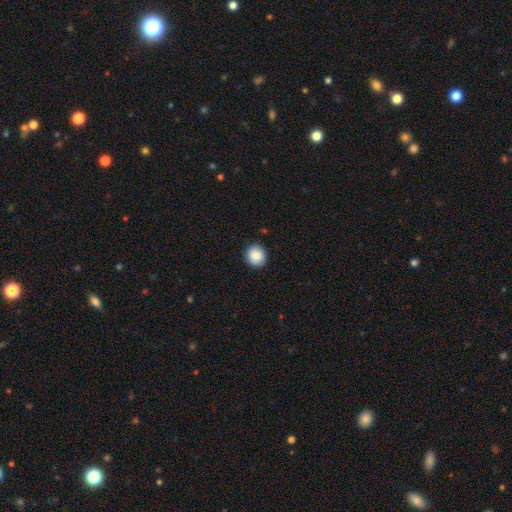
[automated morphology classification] Q: Smooth or featured?
A: smooth (87%); runner-up: star or artifact (8%)
Q: How rounded?
A: round (83%); runner-up: in between (16%)
Q: Merging?
A: none (91%); runner-up: minor disturbance (7%)